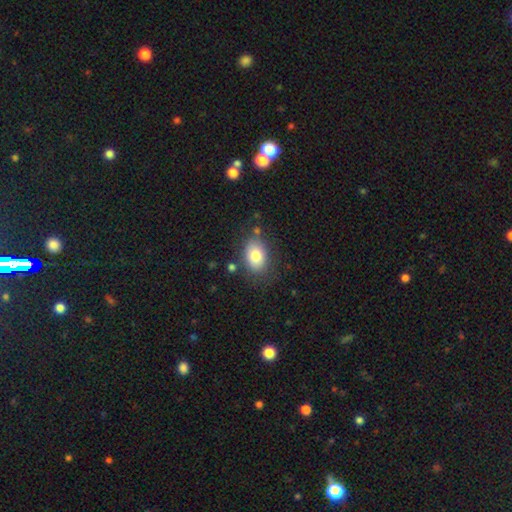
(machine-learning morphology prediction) smooth-or-featured: smooth: 80% | featured or disk: 11% | star or artifact: 8%
  how-rounded: in between: 80% | round: 19% | cigar-shaped: 1%
  merging: none: 75% | minor disturbance: 16% | major disturbance: 5% | merger: 4%